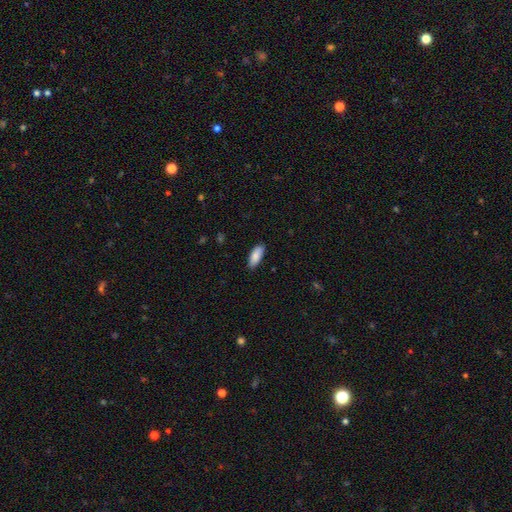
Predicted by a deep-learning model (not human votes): A smooth galaxy with no disk features (88%) that is in between round and cigar-shaped (82%).

Vote fractions:
- Smooth or featured? smooth: 88% / featured or disk: 6% / star or artifact: 6%
- How rounded? in between: 82% / cigar-shaped: 16% / round: 2%
- Merging? none: 87% / minor disturbance: 10% / major disturbance: 2% / merger: 1%